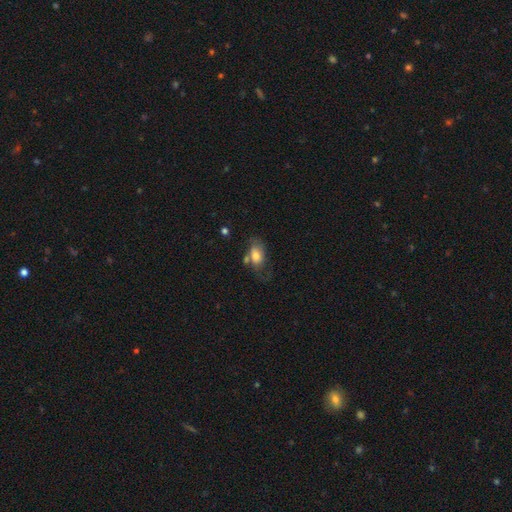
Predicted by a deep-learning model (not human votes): Q: Smooth or featured?
A: smooth (68%); runner-up: featured or disk (24%)
Q: How rounded?
A: in between (88%); runner-up: round (9%)
Q: Merging?
A: none (43%); runner-up: minor disturbance (25%)